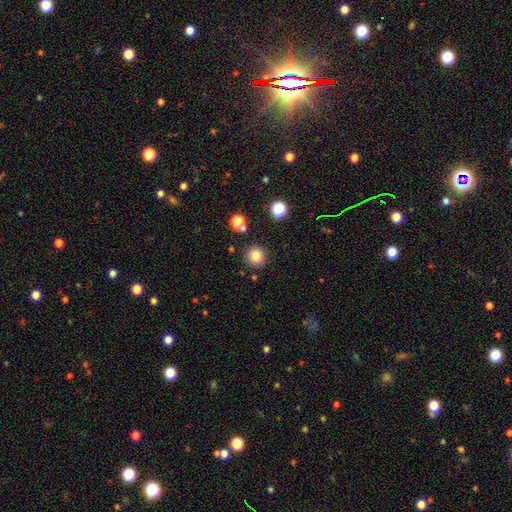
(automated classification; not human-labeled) Overall: smooth (82%). How rounded: round (95%). Merging: none (88%).